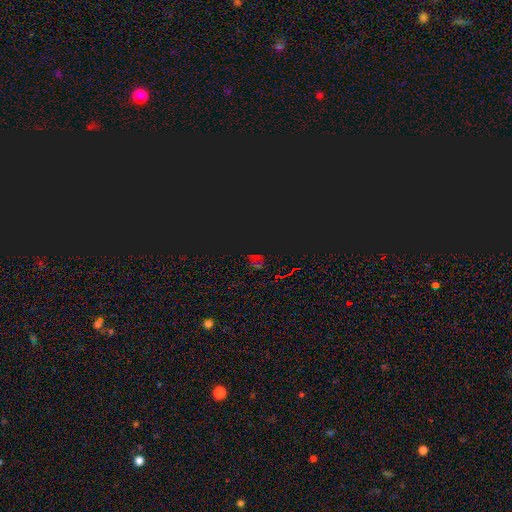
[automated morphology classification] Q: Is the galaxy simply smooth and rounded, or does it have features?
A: star or artifact — 79%.